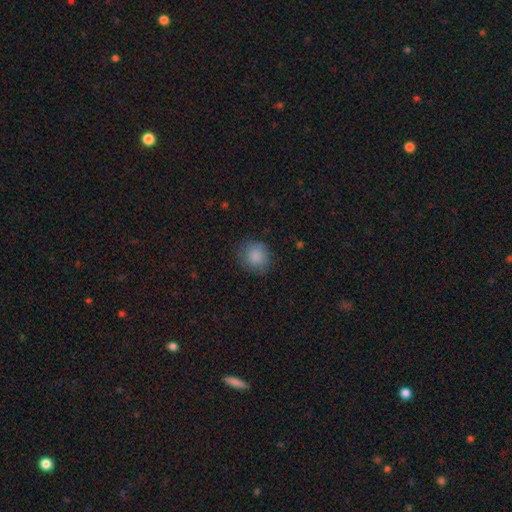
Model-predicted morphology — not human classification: This appears to be a smooth galaxy with no disk features (86%) that is round (81%). Merging: none (78%).